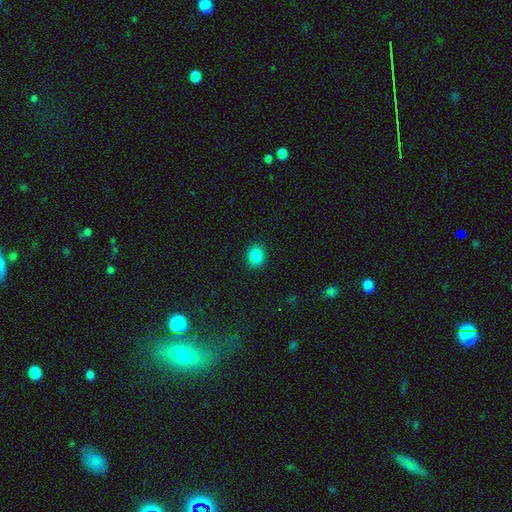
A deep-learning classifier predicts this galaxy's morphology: This is clearly a smooth galaxy (85%). How rounded: likely round (68%). Merging: clearly none (91%).